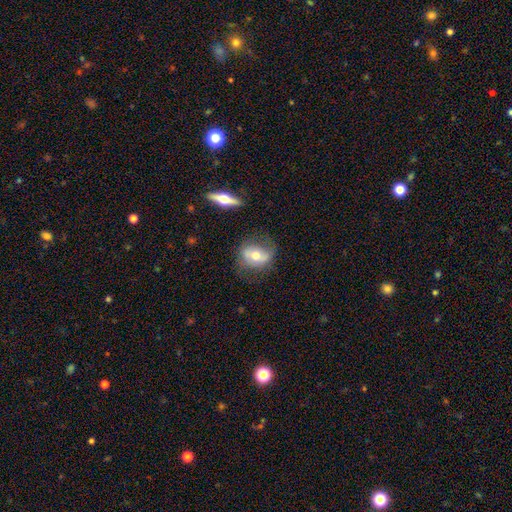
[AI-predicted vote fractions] Q: Smooth or featured?
A: featured or disk (47%); runner-up: smooth (45%)
Q: Merging?
A: none (62%); runner-up: minor disturbance (24%)